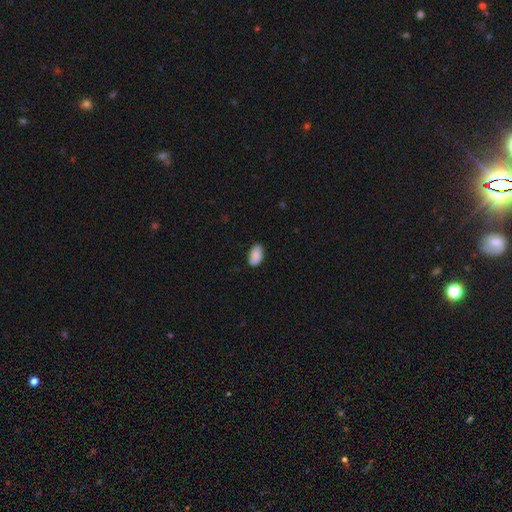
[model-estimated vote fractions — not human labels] A smooth galaxy with no disk features (88%) that is in between round and cigar-shaped (94%).

Vote fractions:
- Smooth or featured? smooth: 88% / star or artifact: 7% / featured or disk: 5%
- How rounded? in between: 94% / round: 4% / cigar-shaped: 2%
- Merging? none: 79% / minor disturbance: 17% / major disturbance: 3% / merger: 1%